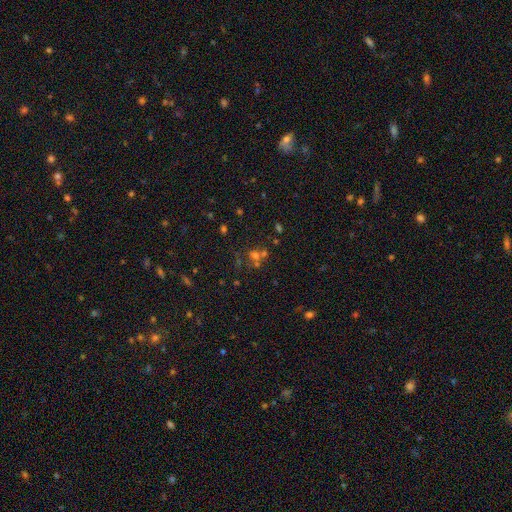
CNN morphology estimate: Smooth or featured? Predicted: smooth (p=0.43). Merging? Predicted: none (p=0.49).